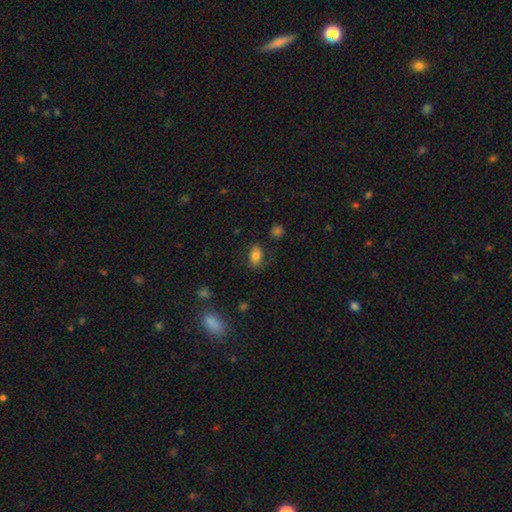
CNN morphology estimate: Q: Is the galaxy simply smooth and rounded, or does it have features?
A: smooth — 79%.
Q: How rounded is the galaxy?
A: in between — 87%.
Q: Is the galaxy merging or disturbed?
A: none — 77%.